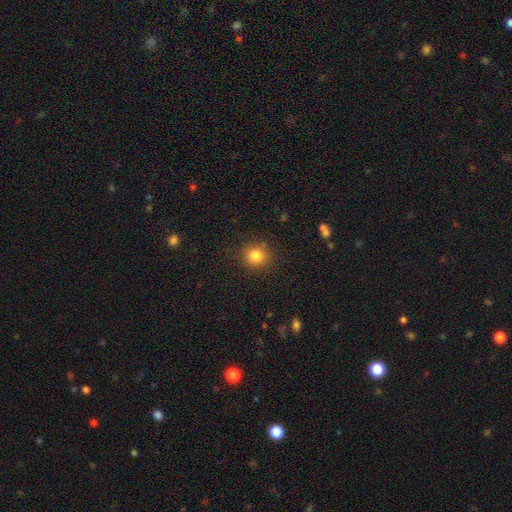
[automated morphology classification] Smooth or featured?
  - smooth: 82% *
  - star or artifact: 12%
  - featured or disk: 6%
How rounded?
  - round: 88% *
  - in between: 11%
  - cigar-shaped: 1%
Merging?
  - none: 88% *
  - minor disturbance: 8%
  - major disturbance: 3%
  - merger: 2%